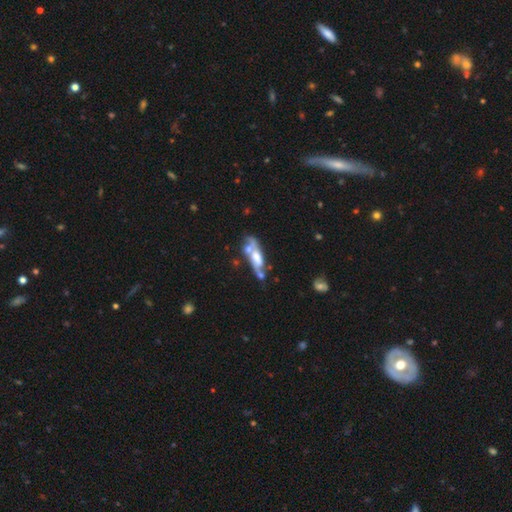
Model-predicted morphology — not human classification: smooth-or-featured: featured or disk: 60% | smooth: 32% | star or artifact: 8%
  disk-edge-on: no: 72% | yes: 28%
  merging: merger: 34% | none: 32% | minor disturbance: 18% | major disturbance: 16%